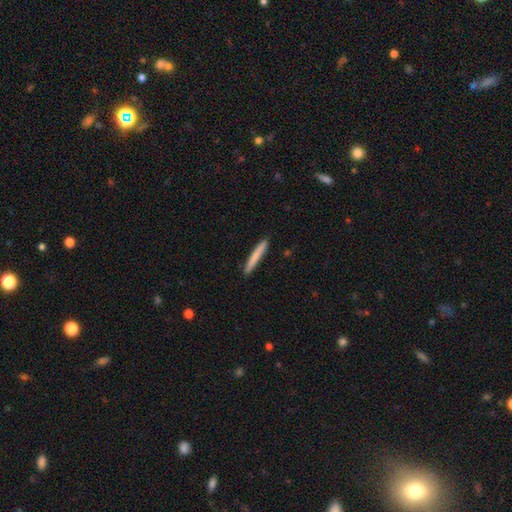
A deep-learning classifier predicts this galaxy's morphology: smooth-or-featured: smooth: 76% | featured or disk: 18% | star or artifact: 6%
  how-rounded: cigar-shaped: 96% | in between: 3% | round: 1%
  merging: none: 90% | minor disturbance: 7% | major disturbance: 1% | merger: 1%